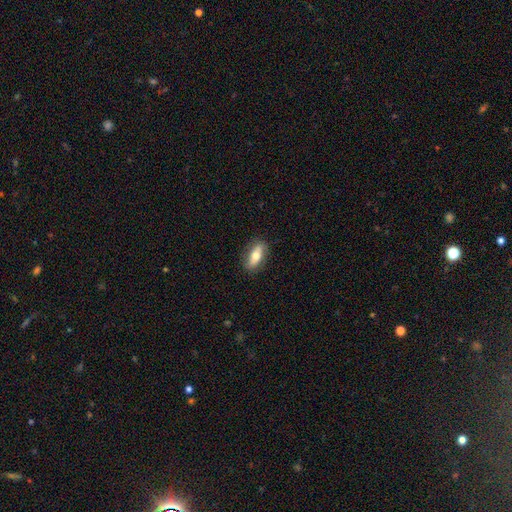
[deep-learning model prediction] The model was most divided on "smooth or featured": smooth: 59%, featured or disk: 35%, star or artifact: 6%. More confident: merging — none (84%); how rounded — in between (74%).